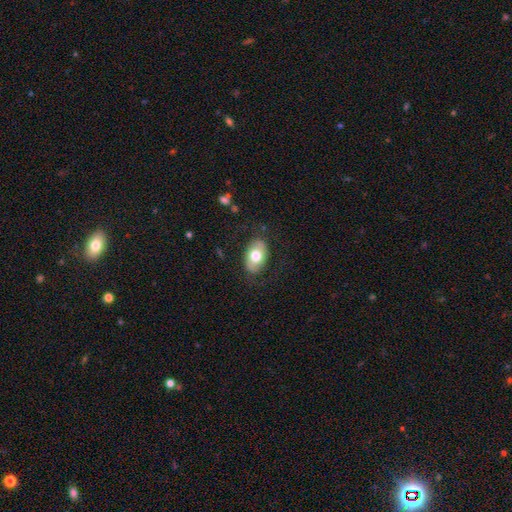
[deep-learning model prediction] smooth 66%, featured or disk 28%, star or artifact 6%. Down the decision tree: how rounded — in between (90%); merging — none (79%).